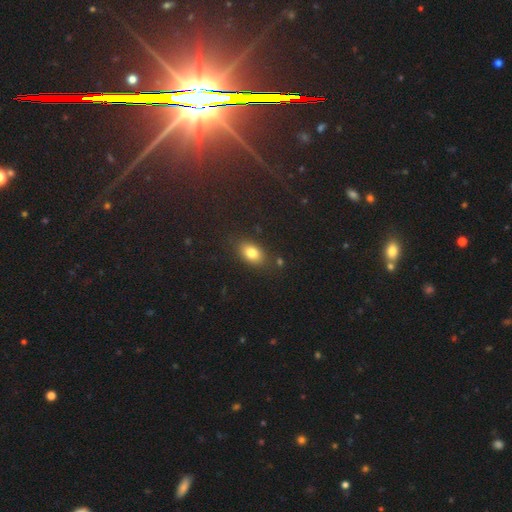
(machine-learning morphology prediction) Overall: smooth (80%). How rounded: in between (84%). Merging: none (82%).